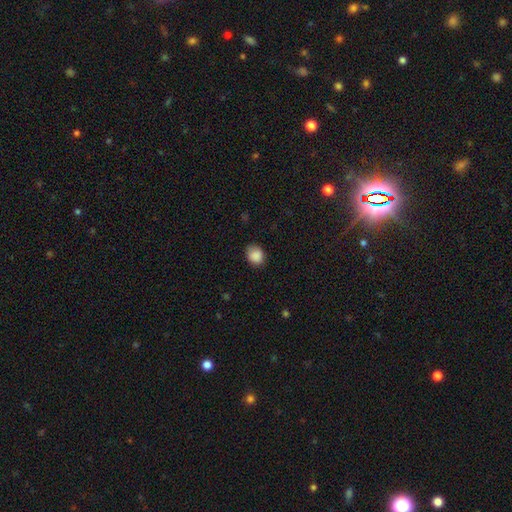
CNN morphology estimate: Smooth or featured? smooth (88%)
How rounded? round (57%)
Merging? none (78%)